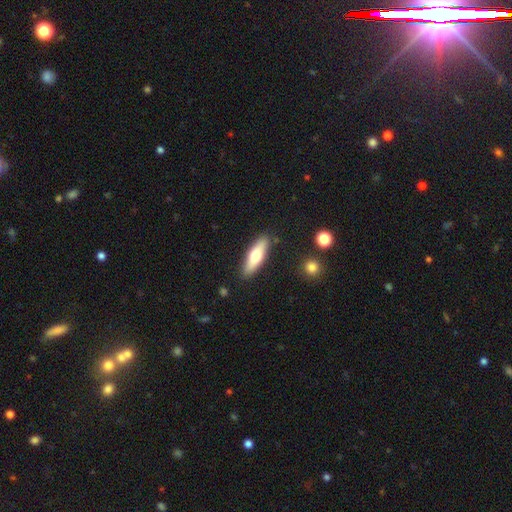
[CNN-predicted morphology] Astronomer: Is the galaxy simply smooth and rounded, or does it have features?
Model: smooth — 62%.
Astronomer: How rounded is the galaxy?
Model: cigar-shaped — 54% (runner-up: in between, 43%).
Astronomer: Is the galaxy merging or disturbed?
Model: none — 87%.